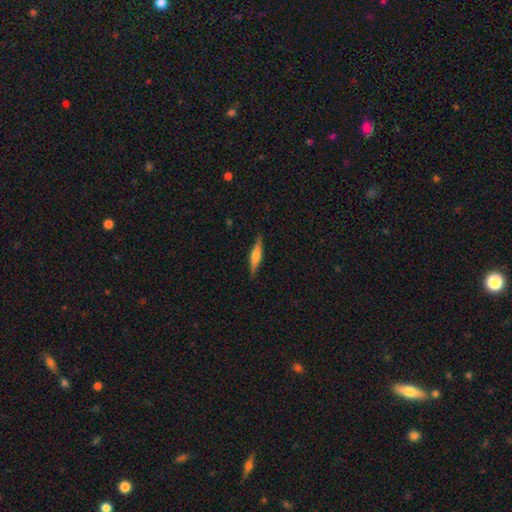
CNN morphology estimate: Overall: featured or disk (52%; smooth 42%). Edge-on disk: yes (97%). Edge-on bulge: rounded (69%). Merging: none (89%).